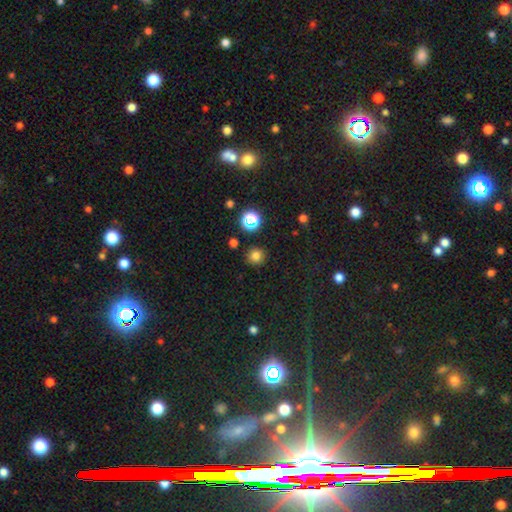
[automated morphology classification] smooth-or-featured: smooth: 77% | star or artifact: 18% | featured or disk: 5%
  how-rounded: round: 93% | in between: 6% | cigar-shaped: 1%
  merging: none: 89% | minor disturbance: 6% | major disturbance: 2% | merger: 2%